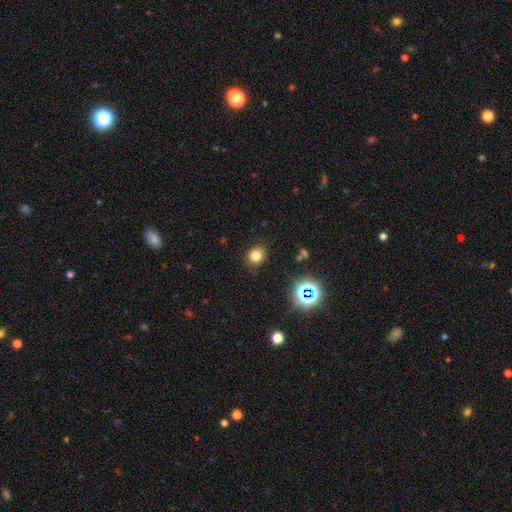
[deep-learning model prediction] smooth_or_featured: smooth (p=0.77) [alt: star or artifact p=0.17]
how_rounded: round (p=0.68) [alt: in between p=0.31]
merging: none (p=0.87) [alt: minor disturbance p=0.09]